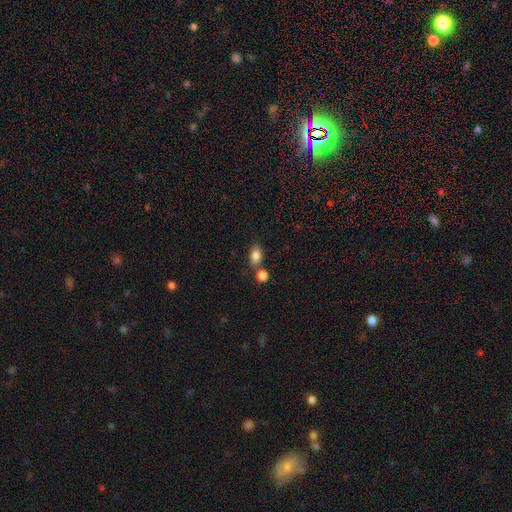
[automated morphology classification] This is clearly a smooth galaxy (85%). How rounded: clearly in between (83%). Merging: possibly none (57%).